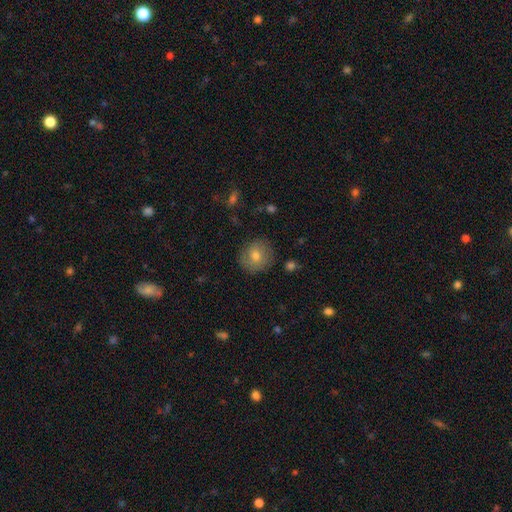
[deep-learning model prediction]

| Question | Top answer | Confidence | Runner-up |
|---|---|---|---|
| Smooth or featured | smooth | 69% | featured or disk (21%) |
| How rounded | round | 85% | in between (14%) |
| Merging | none | 86% | minor disturbance (10%) |